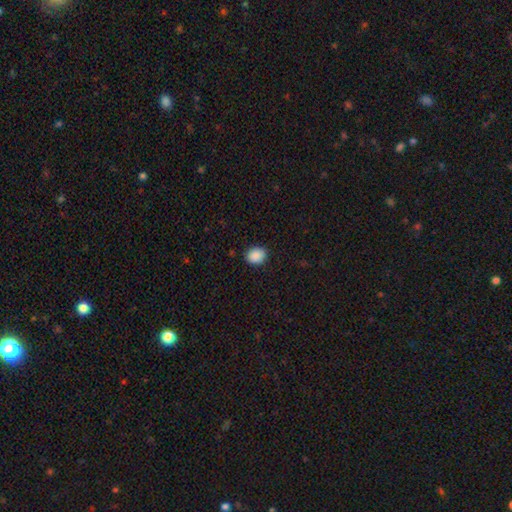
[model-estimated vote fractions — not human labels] Smooth or featured: smooth — 90% (star or artifact — 8%)
How rounded: round — 53% (in between — 46%)
Merging: none — 89% (minor disturbance — 8%)